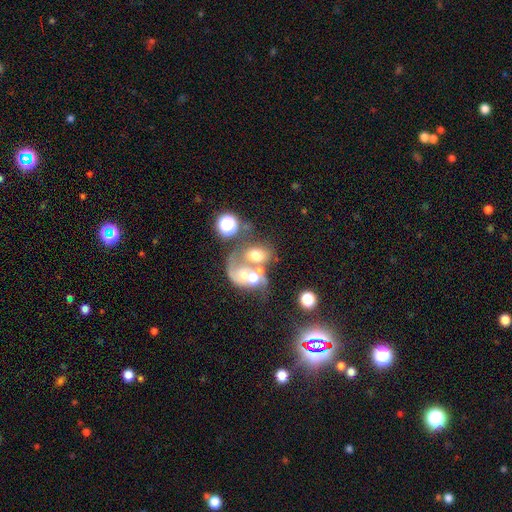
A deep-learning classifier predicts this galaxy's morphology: type=featured or disk (45%); merging=merger (65%).